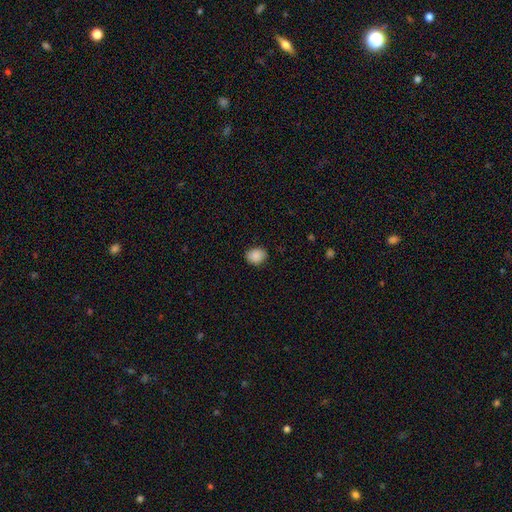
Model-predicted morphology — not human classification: smooth 89%, star or artifact 8%, featured or disk 3%. Down the decision tree: how rounded — round (52%); merging — none (85%).